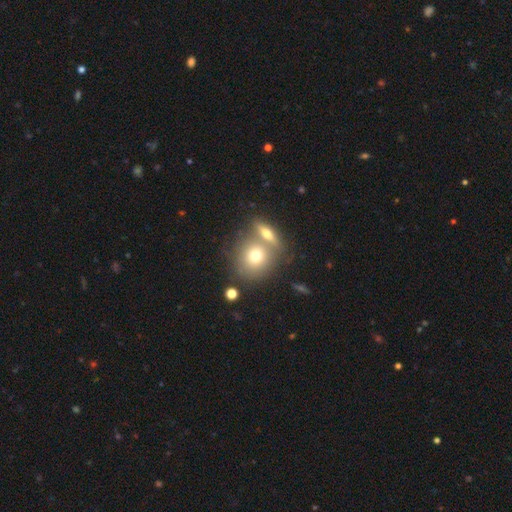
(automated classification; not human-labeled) Q: Smooth or featured?
A: smooth (69%); runner-up: featured or disk (21%)
Q: How rounded?
A: round (78%); runner-up: in between (20%)
Q: Merging?
A: none (53%); runner-up: merger (34%)